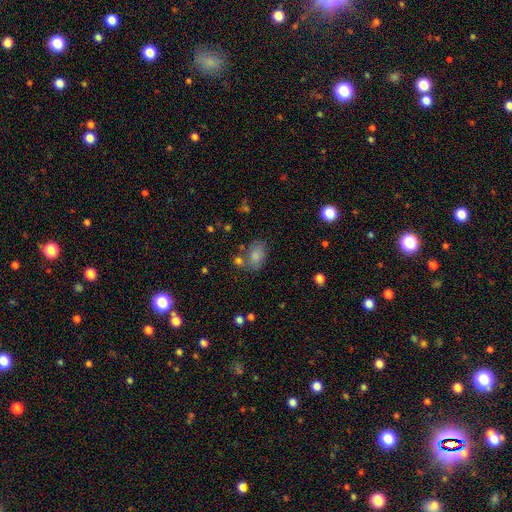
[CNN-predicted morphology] This appears to be a smooth galaxy with no disk features (78%) that is in between round and cigar-shaped (80%). Merging: none (54%).